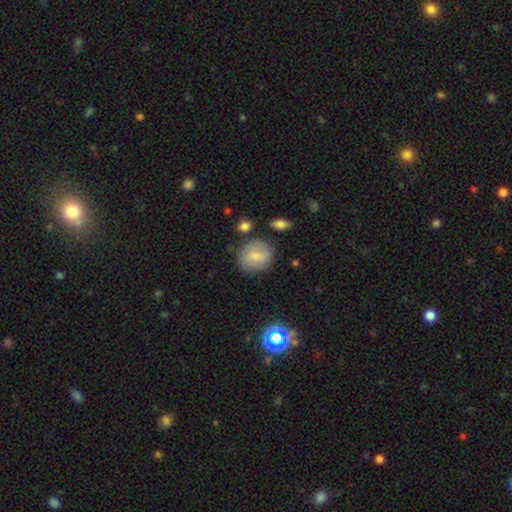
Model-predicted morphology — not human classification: A smooth galaxy with no disk features (60%) that is round (80%).

Vote fractions:
- Smooth or featured? smooth: 60% / featured or disk: 31% / star or artifact: 9%
- How rounded? round: 80% / in between: 18% / cigar-shaped: 1%
- Merging? none: 76% / minor disturbance: 15% / major disturbance: 5% / merger: 4%